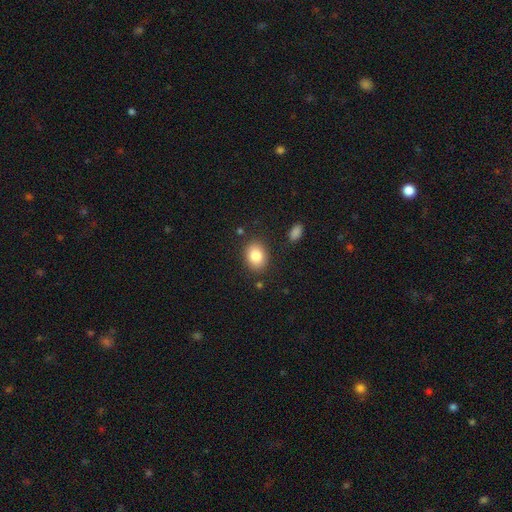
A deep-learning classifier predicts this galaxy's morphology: A smooth galaxy with no disk features (84%) that is in between round and cigar-shaped (64%). Merging: none (84%).